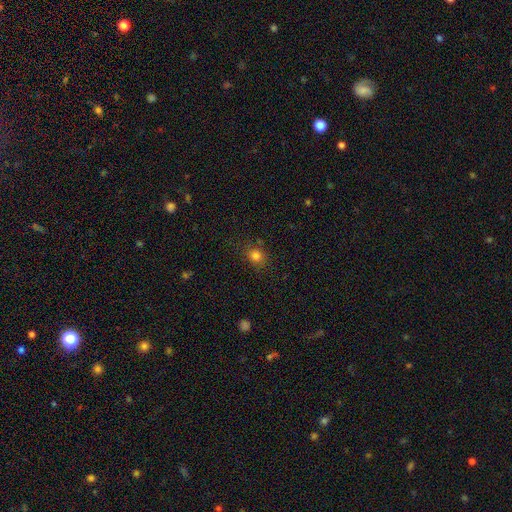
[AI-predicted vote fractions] Smooth or featured? smooth (80%)
How rounded? round (68%)
Merging? none (80%)